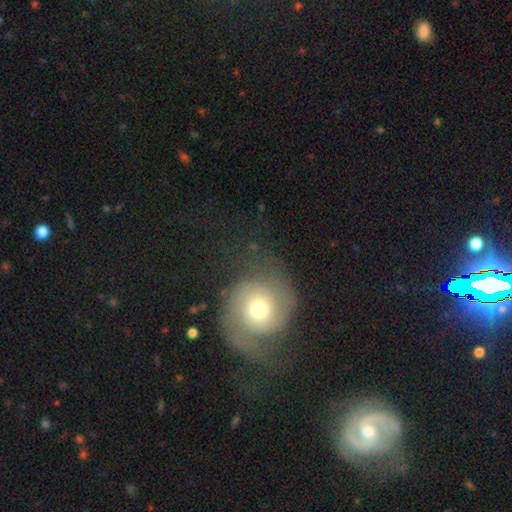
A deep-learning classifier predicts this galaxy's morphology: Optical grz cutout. It shows a featured or disk galaxy (74%) with no bar (69%), 2 (86%) medium (44%) spiral arms (93%) and a moderate central bulge (66%). Merging: none (69%).